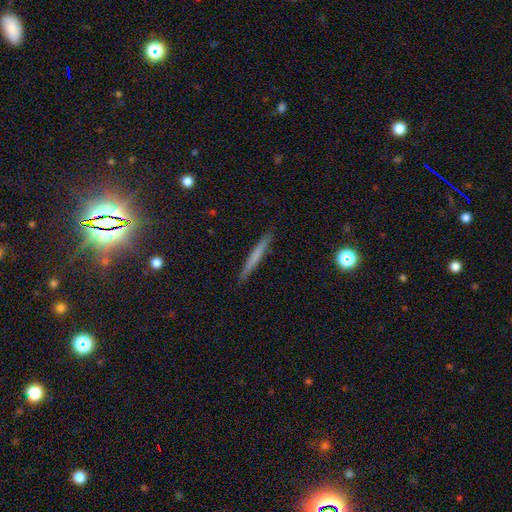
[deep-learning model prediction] Smooth or featured? Predicted: smooth (p=0.60). How rounded? Predicted: cigar-shaped (p=0.96). Merging? Predicted: none (p=0.91).